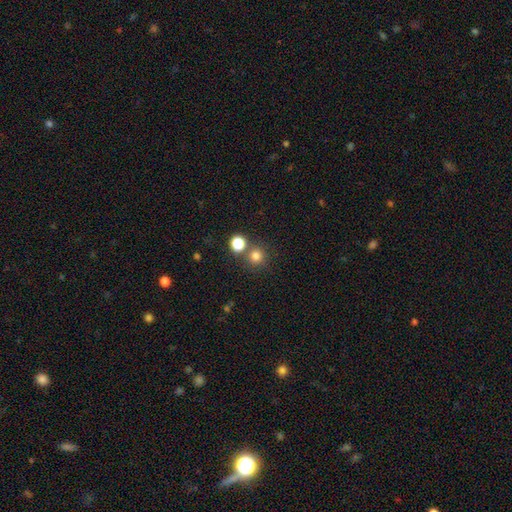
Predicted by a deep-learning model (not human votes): Overall: smooth (79%). How rounded: round (93%). Merging: none (75%).